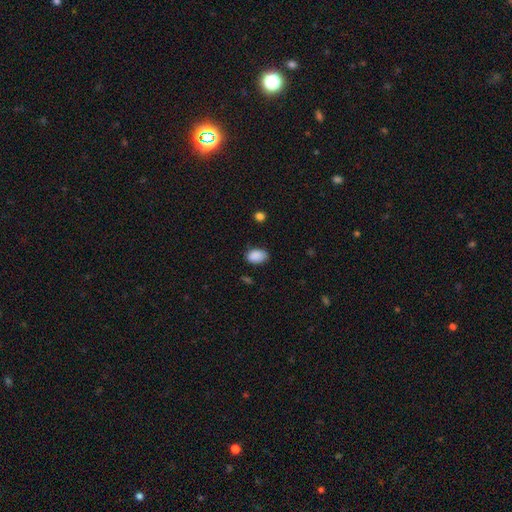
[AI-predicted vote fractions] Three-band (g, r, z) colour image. It shows a smooth galaxy with no disk features (89%) that is in between round and cigar-shaped (86%). Merging: none (74%).